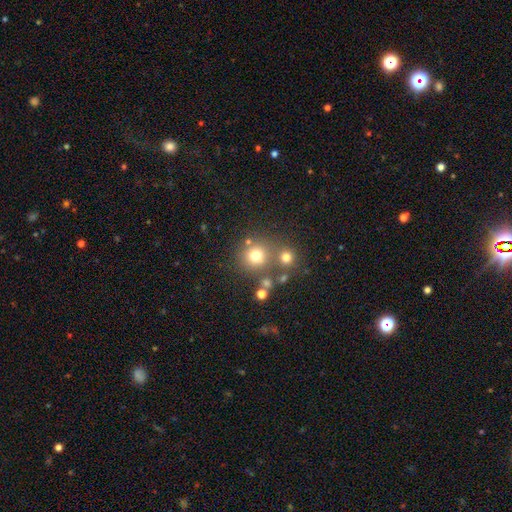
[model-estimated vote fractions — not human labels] smooth-or-featured: smooth: 72% | star or artifact: 17% | featured or disk: 10%
  how-rounded: round: 90% | in between: 9% | cigar-shaped: 1%
  merging: none: 68% | merger: 18% | minor disturbance: 9% | major disturbance: 4%